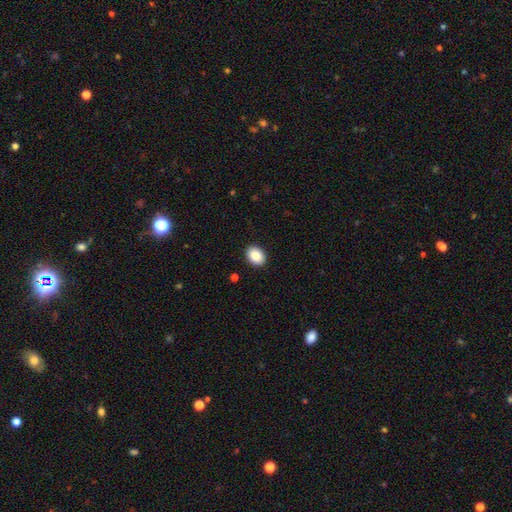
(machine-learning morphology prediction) Q: Smooth or featured?
A: smooth (89%); runner-up: star or artifact (7%)
Q: How rounded?
A: in between (74%); runner-up: round (26%)
Q: Merging?
A: none (91%); runner-up: minor disturbance (6%)